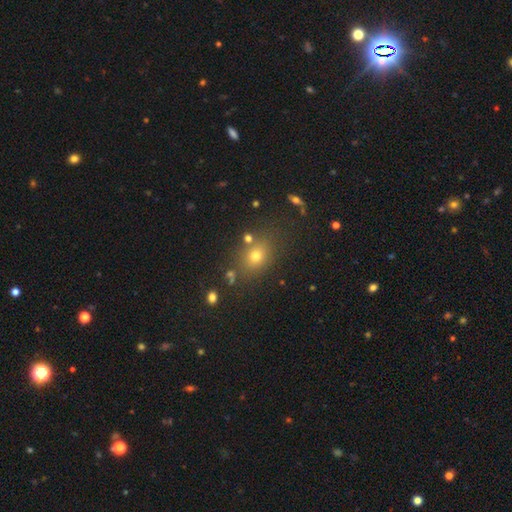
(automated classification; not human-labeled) Smooth or featured? smooth (69%)
How rounded? in between (52%)
Merging? none (77%)